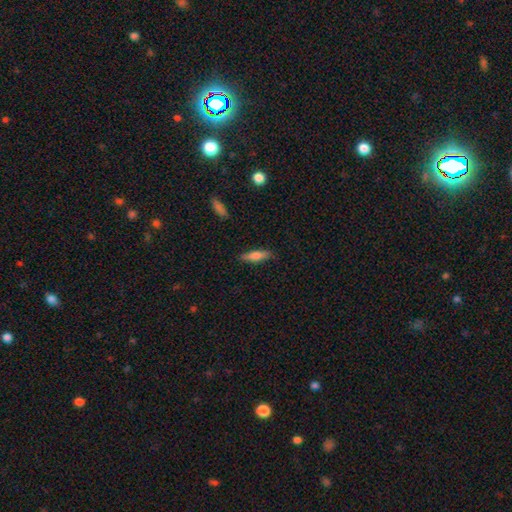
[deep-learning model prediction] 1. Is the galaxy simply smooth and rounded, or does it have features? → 71% smooth, 22% featured or disk, 7% star or artifact.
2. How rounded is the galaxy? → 65% cigar-shaped, 33% in between, 2% round.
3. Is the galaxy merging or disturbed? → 85% none, 11% minor disturbance, 2% major disturbance, 1% merger.